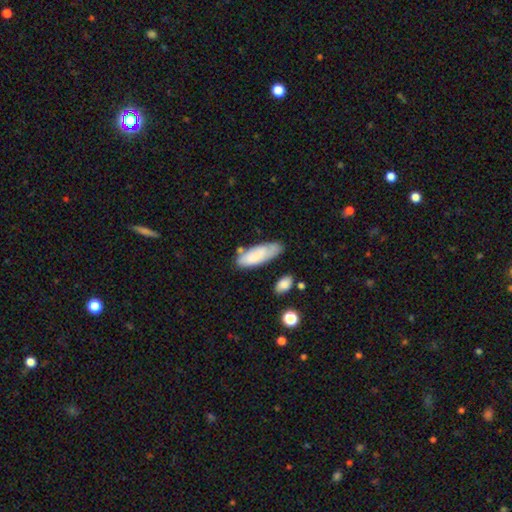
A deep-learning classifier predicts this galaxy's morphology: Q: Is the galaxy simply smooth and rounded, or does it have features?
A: smooth — 77%.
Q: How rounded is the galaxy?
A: in between — 67%.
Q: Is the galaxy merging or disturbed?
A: none — 62%.